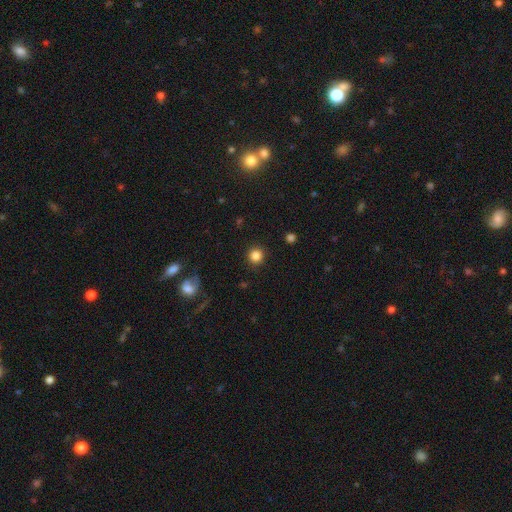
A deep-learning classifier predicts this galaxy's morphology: The model was most divided on "smooth or featured": smooth: 85%, star or artifact: 12%, featured or disk: 4%. More confident: how rounded — round (95%); merging — none (91%).